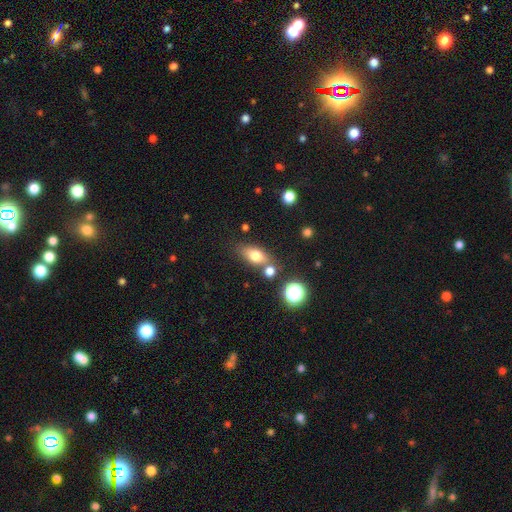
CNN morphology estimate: The model was most divided on "merging": none: 66%, merger: 16%, minor disturbance: 14%, major disturbance: 4%. More confident: smooth or featured — smooth (73%); how rounded — in between (72%).